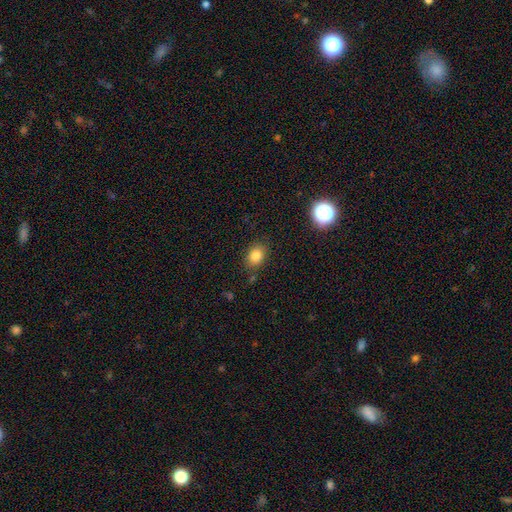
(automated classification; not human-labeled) A smooth galaxy with no disk features (82%) that is in between round and cigar-shaped (65%). Merging: none (82%).